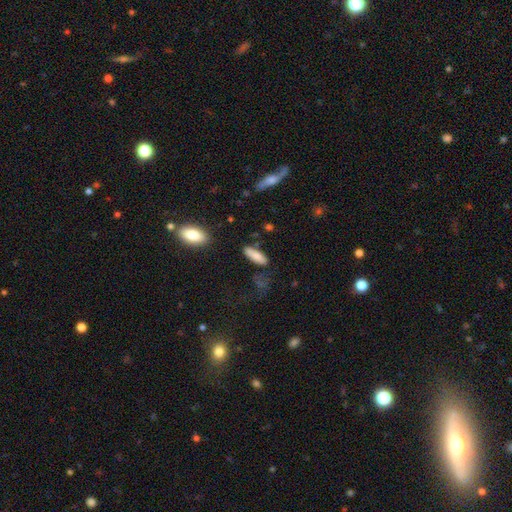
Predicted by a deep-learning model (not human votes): smooth_or_featured: smooth (p=0.82) [alt: featured or disk p=0.11]
how_rounded: in between (p=0.51) [alt: cigar-shaped p=0.47]
merging: none (p=0.76) [alt: minor disturbance p=0.16]